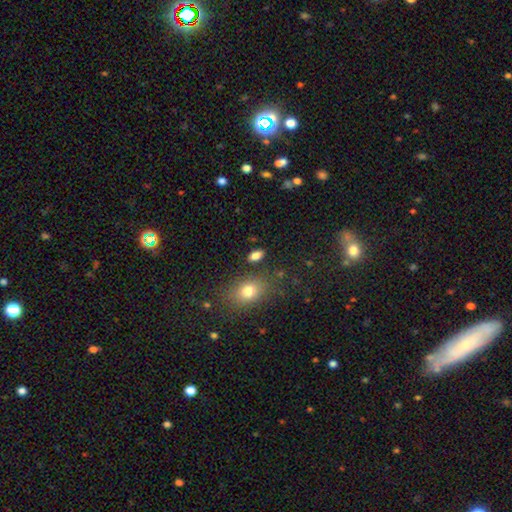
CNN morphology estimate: smooth 83%, star or artifact 11%, featured or disk 7%. Down the decision tree: how rounded — in between (88%); merging — none (83%).